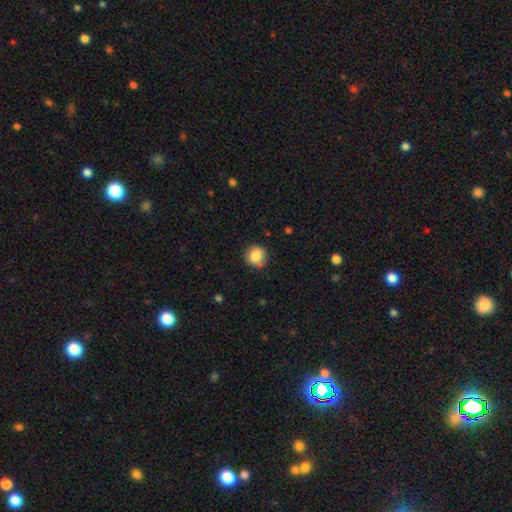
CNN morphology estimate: The model was most divided on "merging": none: 80%, minor disturbance: 14%, major disturbance: 3%, merger: 3%. More confident: how rounded — round (87%); smooth or featured — smooth (84%).